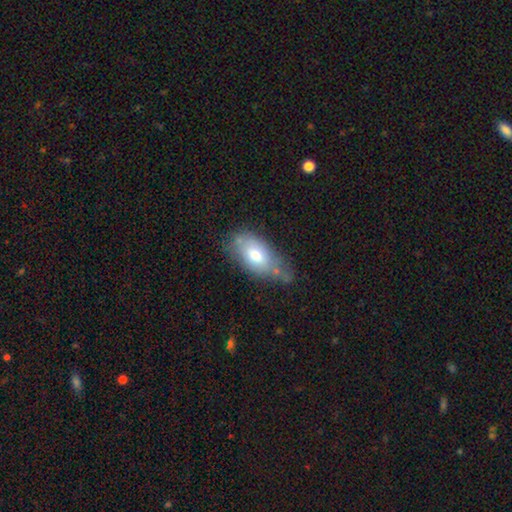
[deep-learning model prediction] Smooth or featured?
  - smooth: 69% *
  - featured or disk: 24%
  - star or artifact: 7%
How rounded?
  - in between: 90% *
  - cigar-shaped: 5%
  - round: 5%
Merging?
  - none: 48% *
  - minor disturbance: 29%
  - merger: 12%
  - major disturbance: 11%